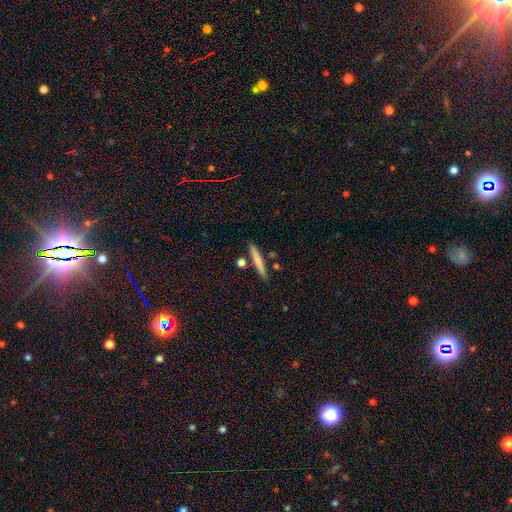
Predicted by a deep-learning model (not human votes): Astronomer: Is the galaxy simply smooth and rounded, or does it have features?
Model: smooth — 59%.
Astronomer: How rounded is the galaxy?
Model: cigar-shaped — 95%.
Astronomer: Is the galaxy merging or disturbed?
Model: none — 88%.